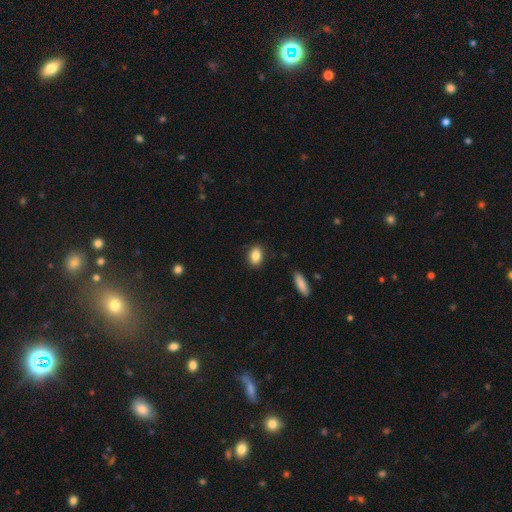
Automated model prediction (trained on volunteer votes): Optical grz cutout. It shows a smooth galaxy with no disk features (87%) that is in between round and cigar-shaped (84%). Merging: none (87%).